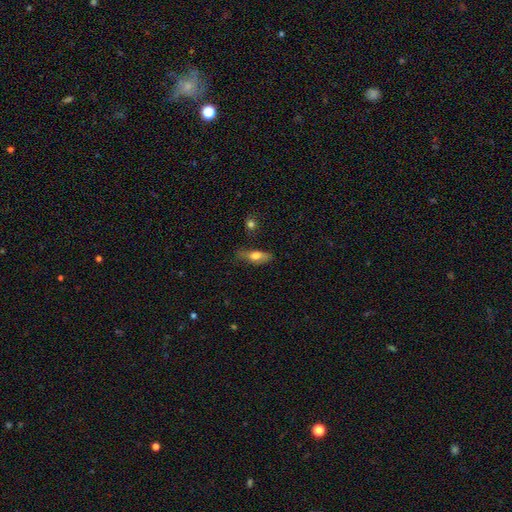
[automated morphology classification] Smooth or featured? Predicted: smooth (p=0.66). How rounded? Predicted: in between (p=0.64). Merging? Predicted: none (p=0.62).